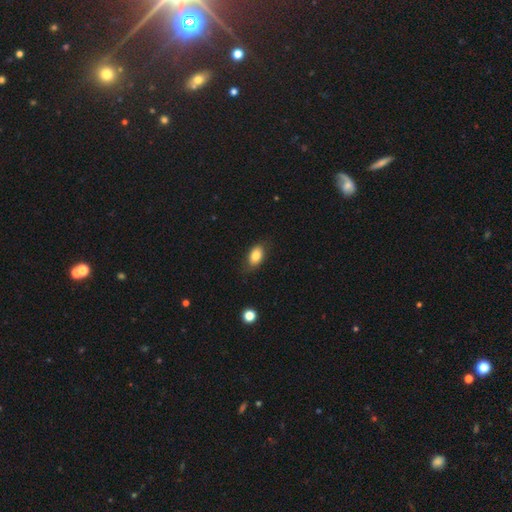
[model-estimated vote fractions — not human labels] Smooth or featured?
  - smooth: 81% *
  - featured or disk: 11%
  - star or artifact: 8%
How rounded?
  - in between: 88% *
  - round: 9%
  - cigar-shaped: 2%
Merging?
  - none: 80% *
  - minor disturbance: 16%
  - major disturbance: 4%
  - merger: 1%